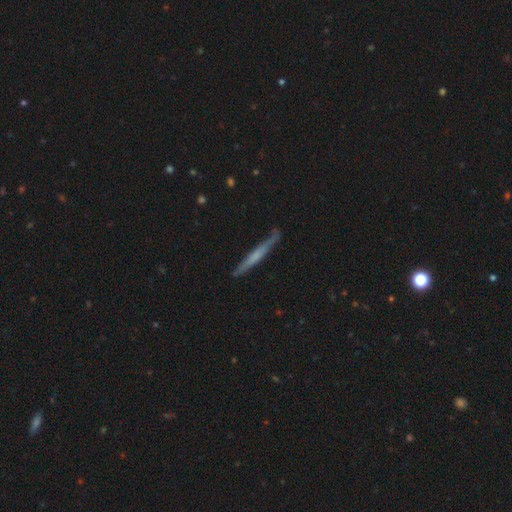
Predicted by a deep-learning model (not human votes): Overall: featured or disk (51%; smooth 43%). Edge-on disk: yes (95%). Merging: none (83%).